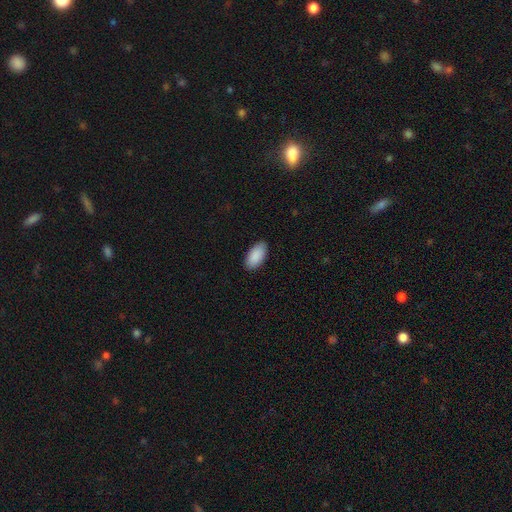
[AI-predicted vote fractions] Smooth or featured? smooth (91%)
How rounded? in between (96%)
Merging? none (88%)